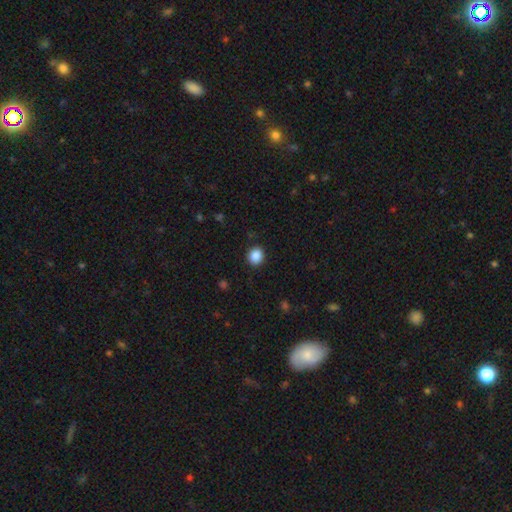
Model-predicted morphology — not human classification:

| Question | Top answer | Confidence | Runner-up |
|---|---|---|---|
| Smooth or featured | smooth | 88% | star or artifact (10%) |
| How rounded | round | 77% | in between (23%) |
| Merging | none | 90% | minor disturbance (7%) |